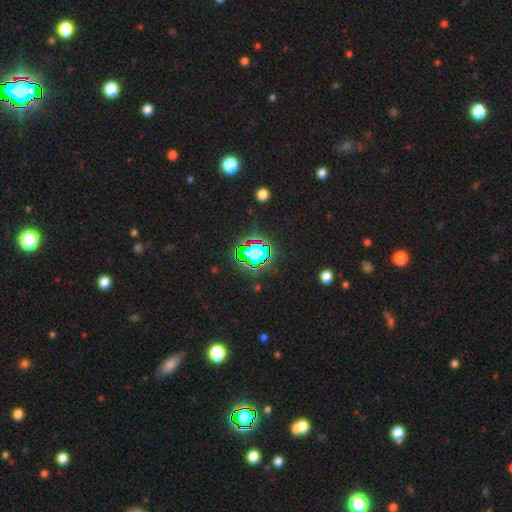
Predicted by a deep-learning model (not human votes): A star or artifact, not a galaxy (67%).